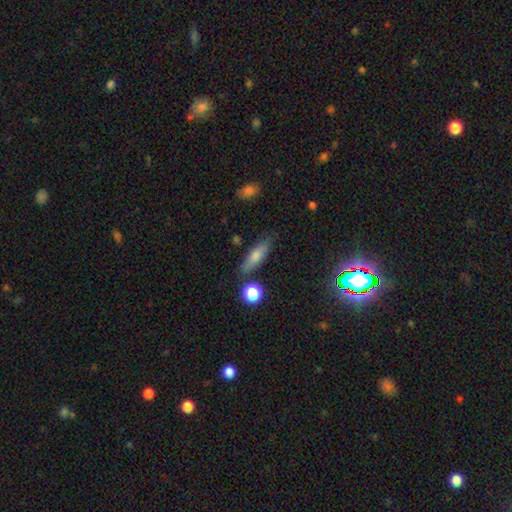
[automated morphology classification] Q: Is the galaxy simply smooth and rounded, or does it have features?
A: smooth — 63%.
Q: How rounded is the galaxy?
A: cigar-shaped — 56%.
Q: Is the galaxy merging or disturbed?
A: none — 81%.